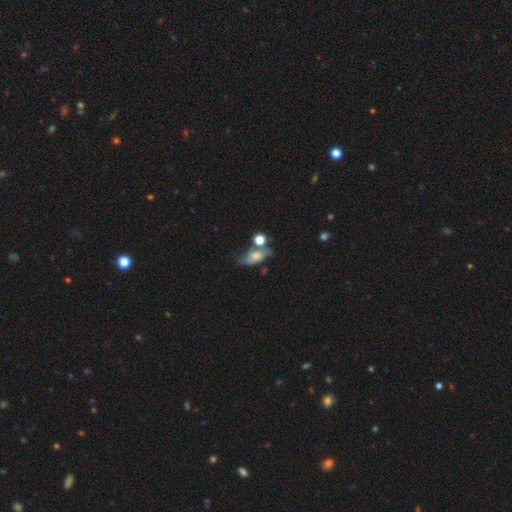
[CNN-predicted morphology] This is possibly a smooth galaxy (47%). Merging: marginally none (43%).